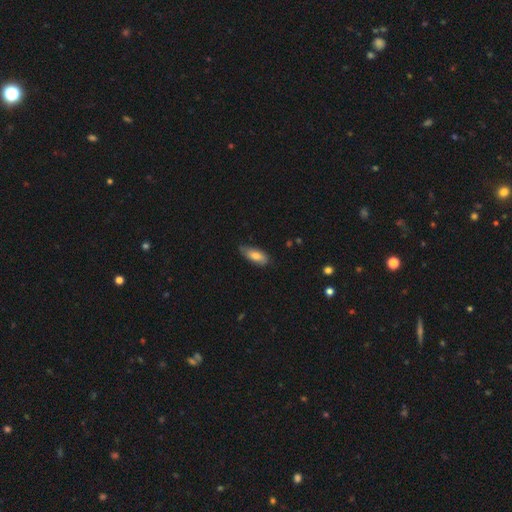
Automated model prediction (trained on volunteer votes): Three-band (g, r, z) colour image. It shows a smooth galaxy with no disk features (72%) that is in between round and cigar-shaped (78%). Merging: none (67%).